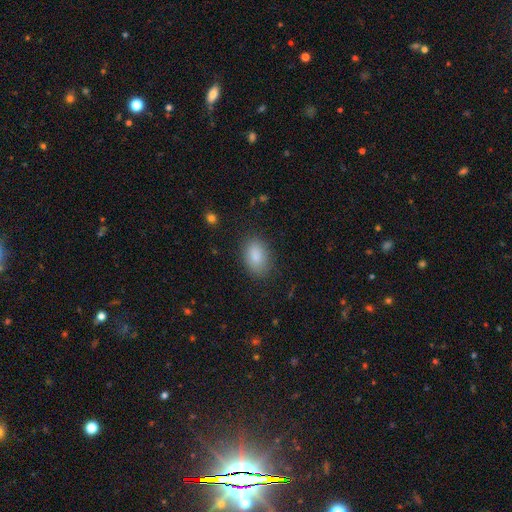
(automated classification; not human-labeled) smooth 87%, star or artifact 7%, featured or disk 6%. Down the decision tree: how rounded — in between (89%); merging — none (84%).